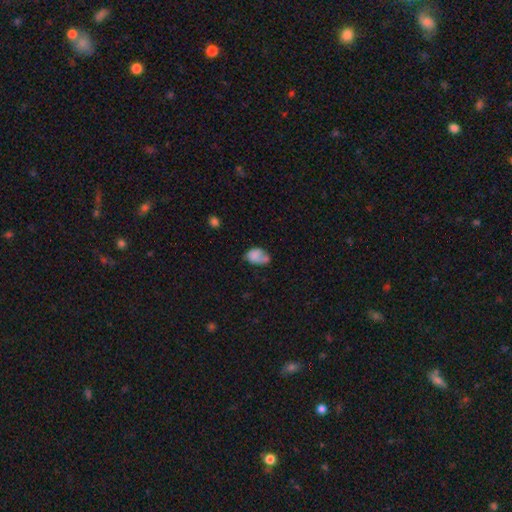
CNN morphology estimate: smooth_or_featured: smooth (p=0.73) [alt: featured or disk p=0.18]
how_rounded: in between (p=0.78) [alt: round p=0.21]
merging: none (p=0.34) [alt: minor disturbance p=0.28]